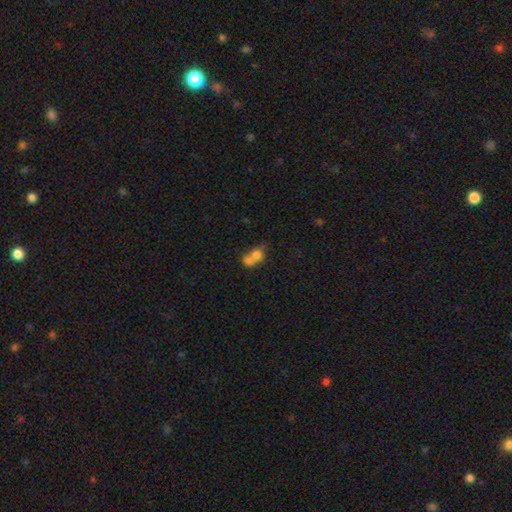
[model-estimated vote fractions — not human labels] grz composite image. It shows a smooth galaxy with no disk features (69%) that is round (59%). Merging: merger (68%).